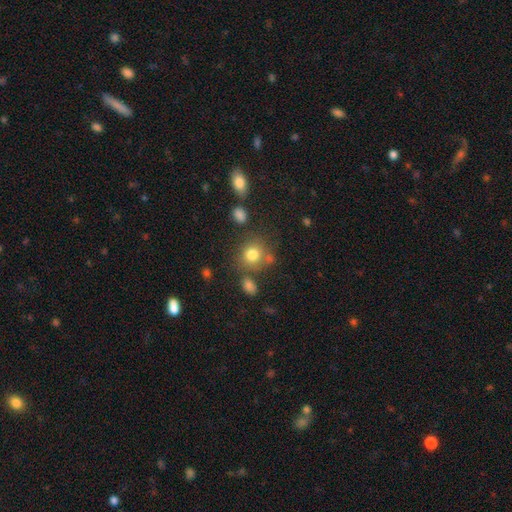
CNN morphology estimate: smooth_or_featured: smooth (p=0.67) [alt: star or artifact p=0.23]
how_rounded: round (p=0.84) [alt: in between p=0.14]
merging: none (p=0.72) [alt: merger p=0.13]